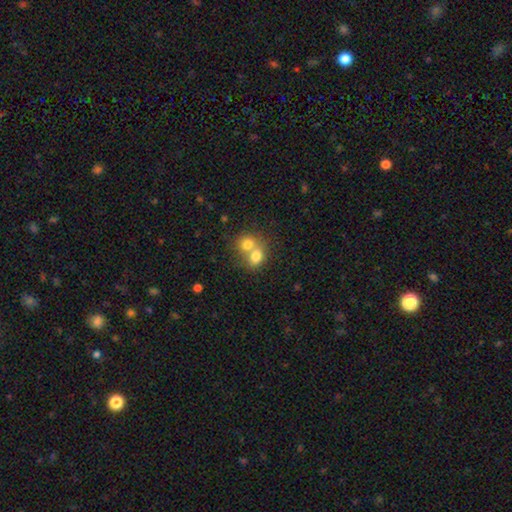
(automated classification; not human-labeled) Smooth or featured? smooth (76%)
How rounded? round (54%)
Merging? merger (67%)